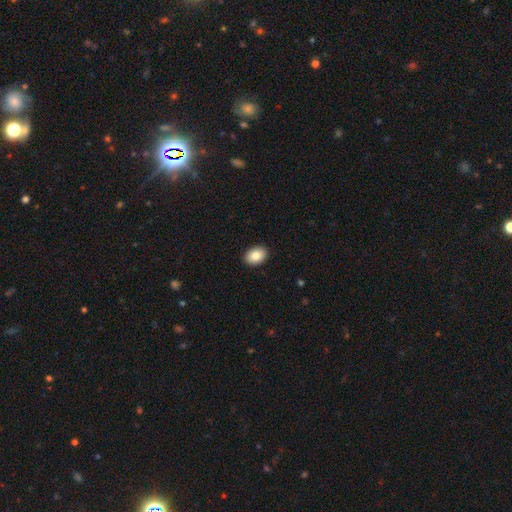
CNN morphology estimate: smooth_or_featured: smooth (p=0.87) [alt: star or artifact p=0.07]
how_rounded: in between (p=0.84) [alt: round p=0.15]
merging: none (p=0.91) [alt: minor disturbance p=0.07]